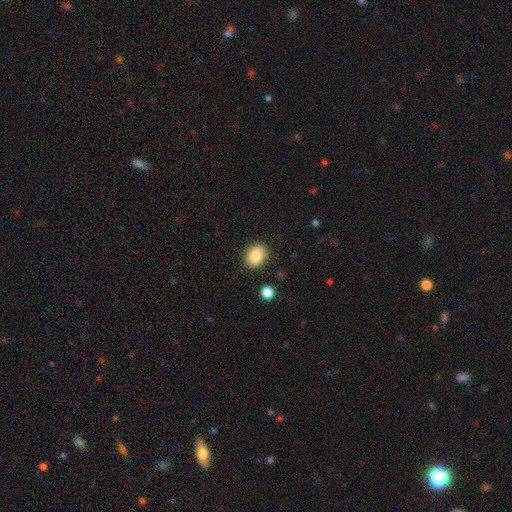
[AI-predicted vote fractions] Smooth or featured? smooth (85%)
How rounded? in between (61%)
Merging? none (84%)